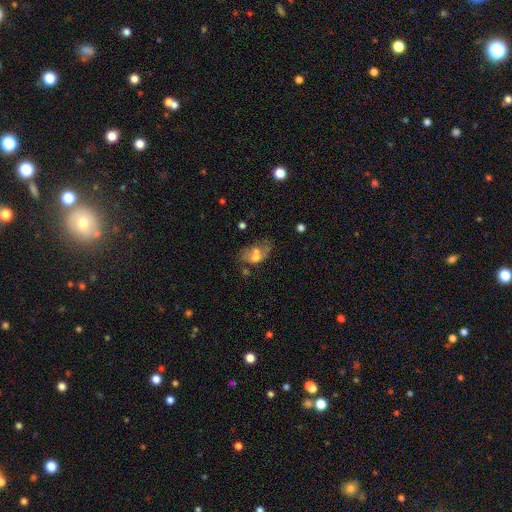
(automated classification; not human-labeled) Smooth or featured?
  - smooth: 49% *
  - featured or disk: 39%
  - star or artifact: 12%
Merging?
  - merger: 37% *
  - major disturbance: 26%
  - none: 21%
  - minor disturbance: 16%